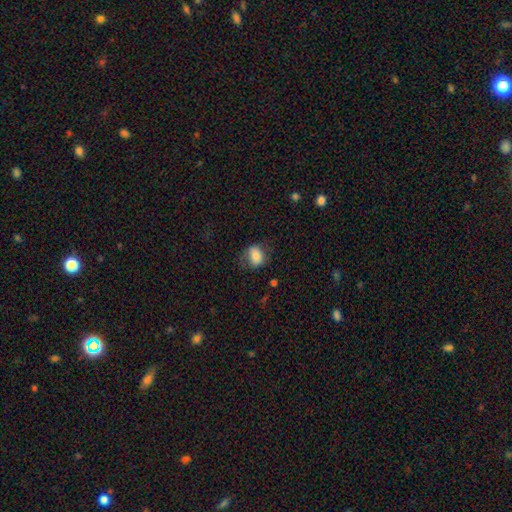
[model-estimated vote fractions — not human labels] Q: Smooth or featured?
A: smooth (78%); runner-up: featured or disk (14%)
Q: How rounded?
A: in between (60%); runner-up: round (38%)
Q: Merging?
A: none (63%); runner-up: minor disturbance (23%)